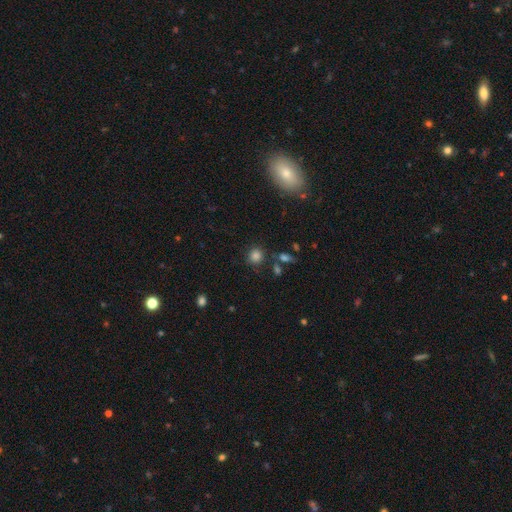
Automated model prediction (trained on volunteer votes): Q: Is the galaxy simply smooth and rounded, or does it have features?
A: smooth — 82%.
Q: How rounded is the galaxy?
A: round — 84%.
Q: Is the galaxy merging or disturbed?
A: none — 79%.